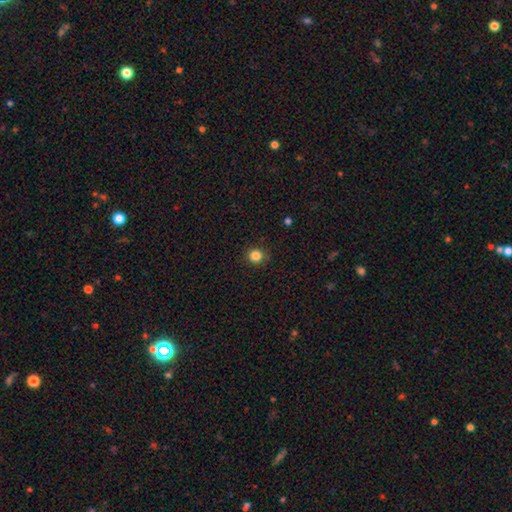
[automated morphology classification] smooth 84%, star or artifact 12%, featured or disk 4%. Down the decision tree: how rounded — round (92%); merging — none (89%).